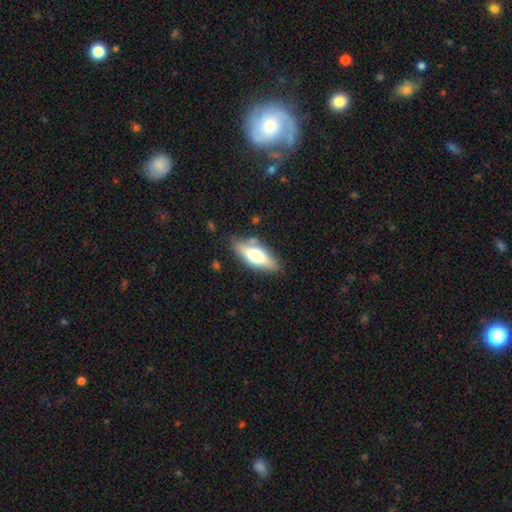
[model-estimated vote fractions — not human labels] smooth_or_featured: smooth (p=0.55) [alt: featured or disk p=0.38]
how_rounded: in between (p=0.63) [alt: cigar-shaped p=0.34]
merging: none (p=0.78) [alt: minor disturbance p=0.14]